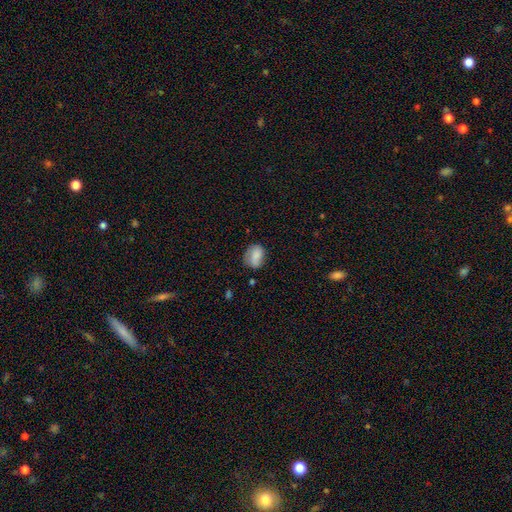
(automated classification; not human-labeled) A smooth galaxy with no disk features (77%) that is in between round and cigar-shaped (64%).

Vote fractions:
- Smooth or featured? smooth: 77% / featured or disk: 14% / star or artifact: 8%
- How rounded? in between: 64% / round: 34% / cigar-shaped: 1%
- Merging? none: 59% / minor disturbance: 29% / major disturbance: 9% / merger: 2%